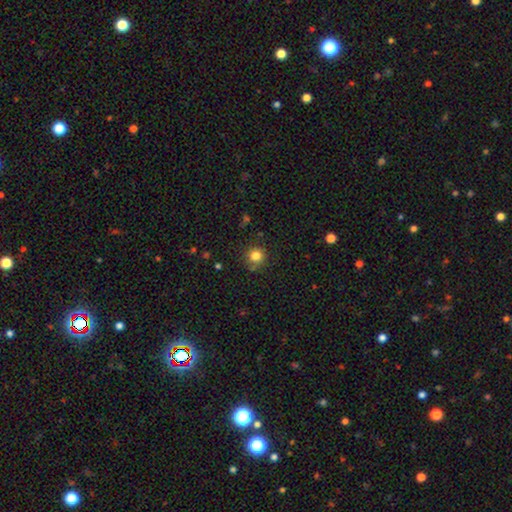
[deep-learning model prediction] Smooth or featured?
  - smooth: 81% *
  - star or artifact: 13%
  - featured or disk: 6%
How rounded?
  - round: 93% *
  - in between: 6%
  - cigar-shaped: 1%
Merging?
  - none: 82% *
  - minor disturbance: 11%
  - merger: 4%
  - major disturbance: 3%